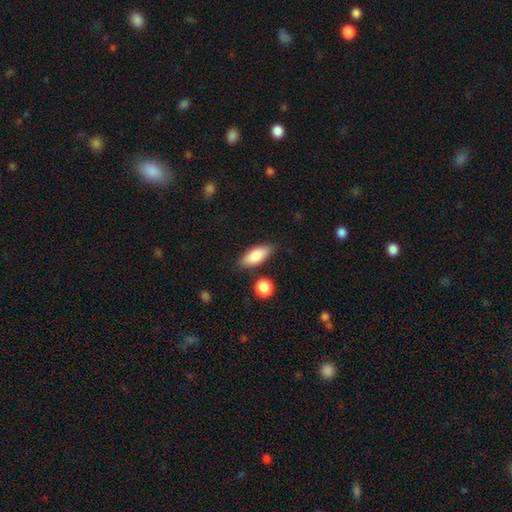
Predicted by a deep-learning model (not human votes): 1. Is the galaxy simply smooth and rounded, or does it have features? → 84% smooth, 10% featured or disk, 6% star or artifact.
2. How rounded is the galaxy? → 81% in between, 16% cigar-shaped, 3% round.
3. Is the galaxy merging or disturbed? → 79% none, 13% minor disturbance, 5% merger, 3% major disturbance.